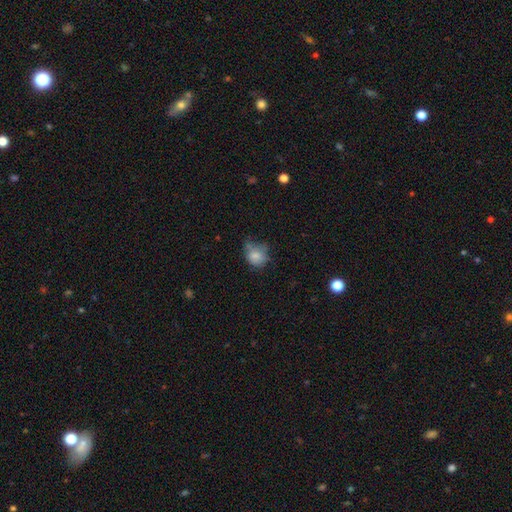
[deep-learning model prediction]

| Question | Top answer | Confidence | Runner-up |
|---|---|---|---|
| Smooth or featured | smooth | 75% | featured or disk (14%) |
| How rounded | round | 59% | in between (40%) |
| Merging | none | 42% | minor disturbance (36%) |